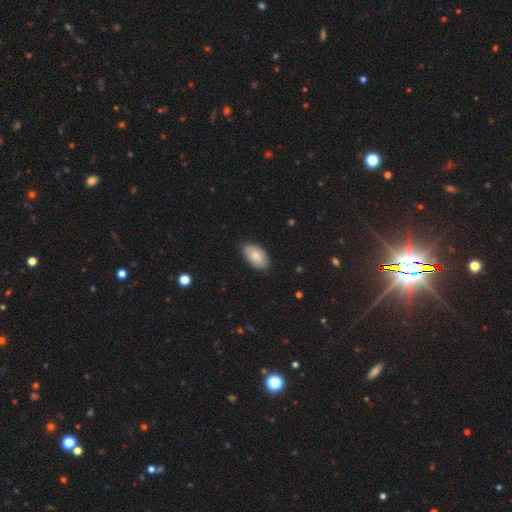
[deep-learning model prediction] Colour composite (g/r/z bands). It shows a smooth galaxy with no disk features (73%) that is in between round and cigar-shaped (94%). Merging: none (82%).